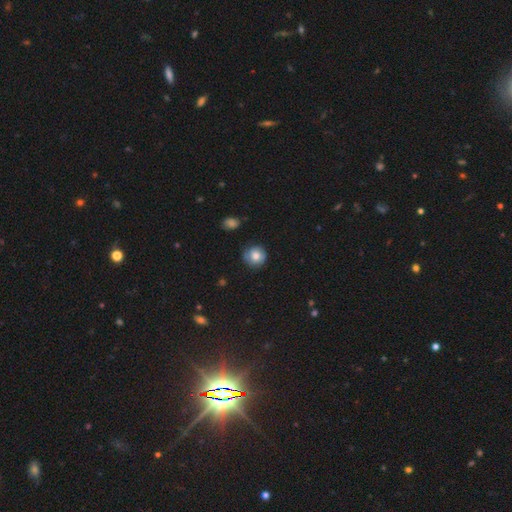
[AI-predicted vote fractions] Q: Smooth or featured?
A: smooth (74%); runner-up: featured or disk (18%)
Q: How rounded?
A: round (91%); runner-up: in between (8%)
Q: Merging?
A: none (78%); runner-up: minor disturbance (17%)